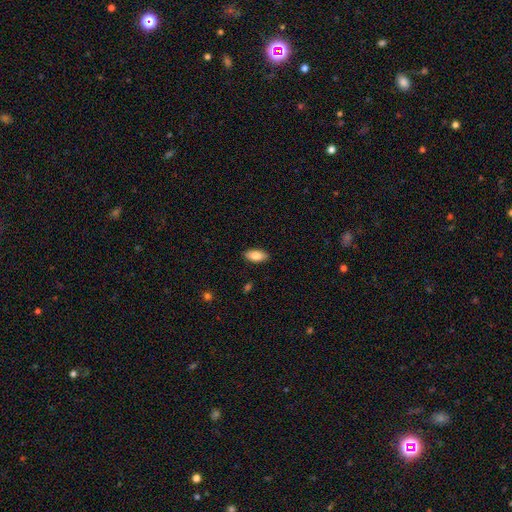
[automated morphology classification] Smooth or featured: smooth — 84% (featured or disk — 10%)
How rounded: in between — 90% (cigar-shaped — 7%)
Merging: none — 89% (minor disturbance — 8%)